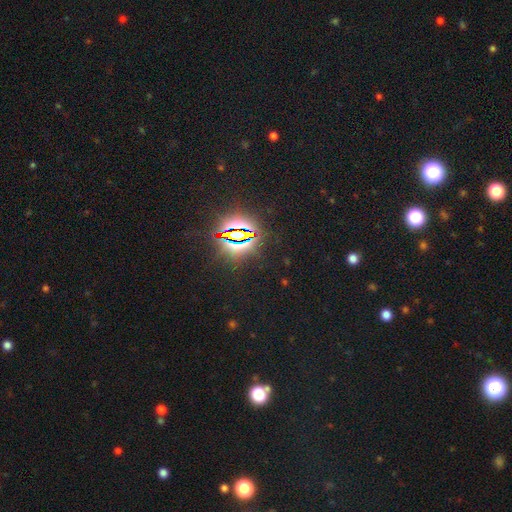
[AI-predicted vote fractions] This is clearly a star or artifact rather than a galaxy (83%).